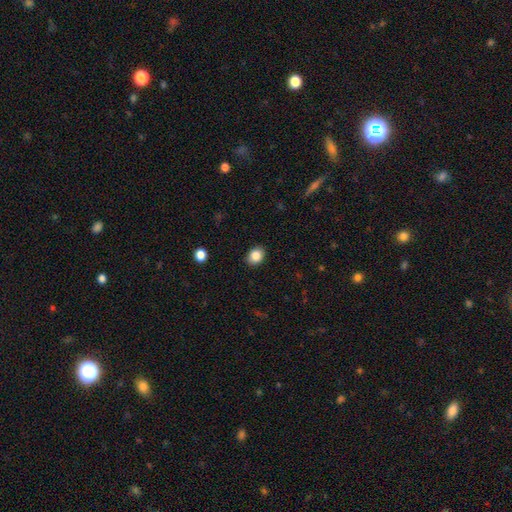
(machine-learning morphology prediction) The model was most divided on "how rounded": round: 51%, in between: 48%, cigar-shaped: 1%. More confident: merging — none (88%); smooth or featured — smooth (86%).